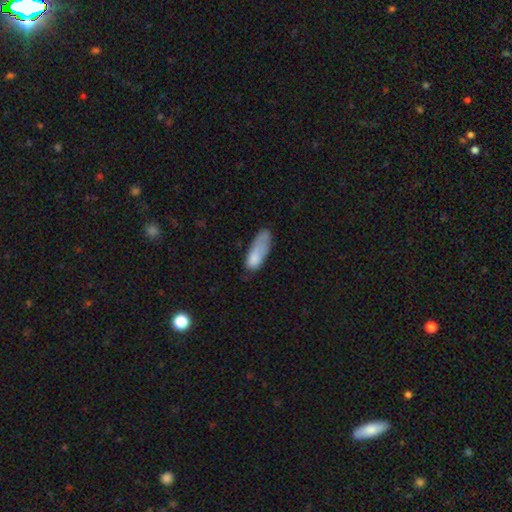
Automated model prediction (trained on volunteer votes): Smooth or featured?
  - smooth: 76% *
  - featured or disk: 16%
  - star or artifact: 8%
How rounded?
  - in between: 64% *
  - cigar-shaped: 33%
  - round: 3%
Merging?
  - minor disturbance: 34% *
  - none: 32%
  - major disturbance: 28%
  - merger: 7%